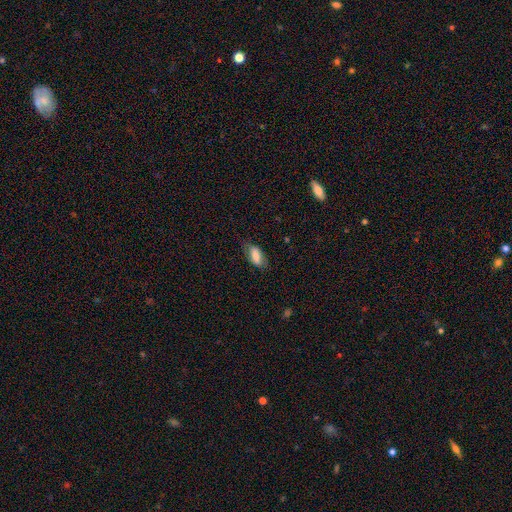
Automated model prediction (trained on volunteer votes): Smooth or featured: smooth — 73% (featured or disk — 20%)
How rounded: in between — 84% (cigar-shaped — 13%)
Merging: none — 70% (minor disturbance — 22%)